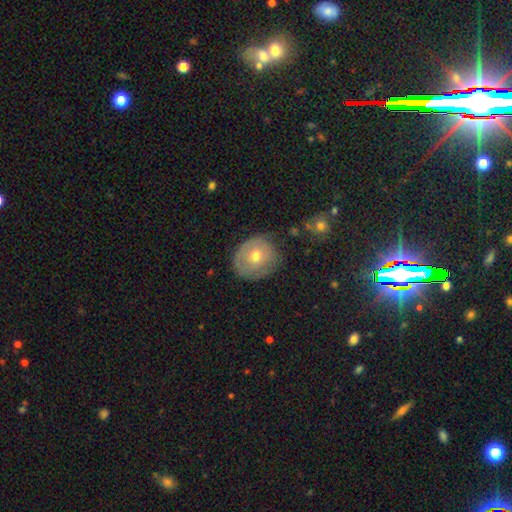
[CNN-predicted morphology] Smooth or featured: smooth — 56% (featured or disk — 36%)
How rounded: round — 75% (in between — 24%)
Merging: none — 66% (minor disturbance — 24%)